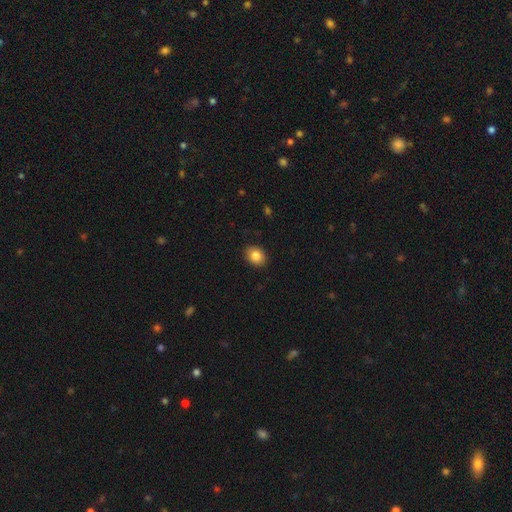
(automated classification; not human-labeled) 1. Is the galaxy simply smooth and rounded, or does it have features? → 85% smooth, 9% star or artifact, 7% featured or disk.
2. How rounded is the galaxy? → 54% in between, 46% round, 1% cigar-shaped.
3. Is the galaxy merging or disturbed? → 89% none, 8% minor disturbance, 2% major disturbance, 1% merger.